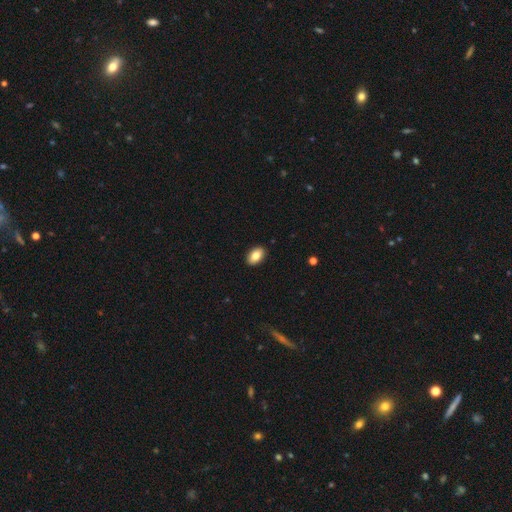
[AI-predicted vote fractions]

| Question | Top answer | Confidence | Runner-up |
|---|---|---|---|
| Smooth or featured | smooth | 83% | featured or disk (10%) |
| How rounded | in between | 89% | round (9%) |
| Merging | none | 91% | minor disturbance (7%) |